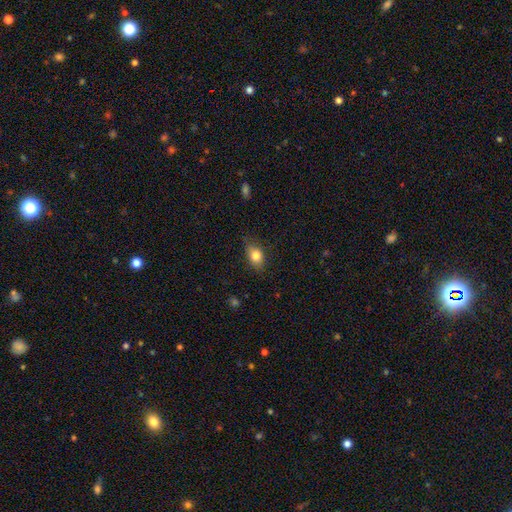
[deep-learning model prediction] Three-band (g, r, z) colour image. It shows a smooth galaxy with no disk features (80%) that is in between round and cigar-shaped (78%). Merging: none (76%).